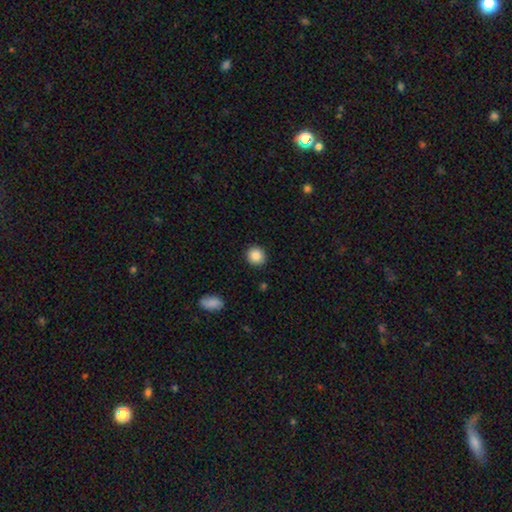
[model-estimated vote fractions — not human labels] Morphology: type=smooth (88%); roundness=round (89%); merging=none (90%).